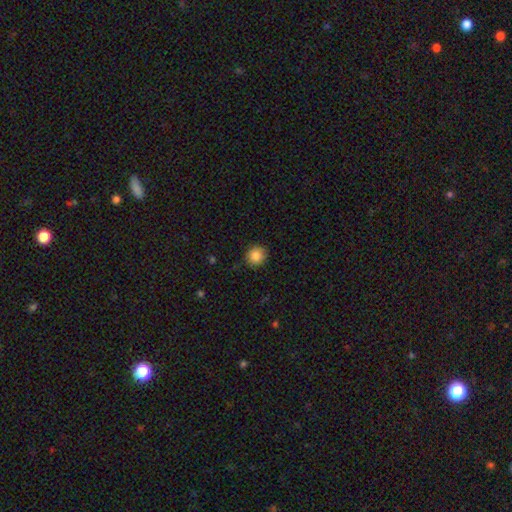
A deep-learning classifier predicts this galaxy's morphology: This appears to be a smooth galaxy with no disk features (86%) that is round (89%). Merging: none (86%).